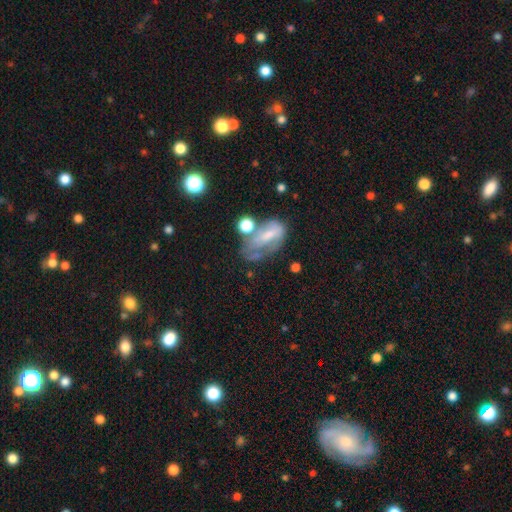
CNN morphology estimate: The model was most divided on "merging": none: 33%, major disturbance: 29%, minor disturbance: 24%, merger: 15%. Remaining: smooth or featured — featured or disk (49%).